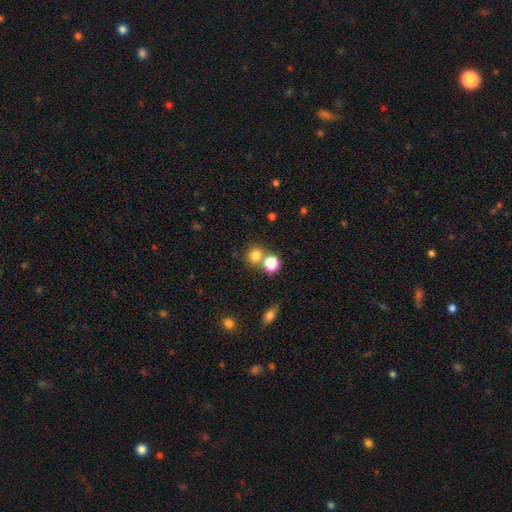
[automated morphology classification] Smooth or featured? Predicted: smooth (p=0.77). How rounded? Predicted: round (p=0.85). Merging? Predicted: none (p=0.65).